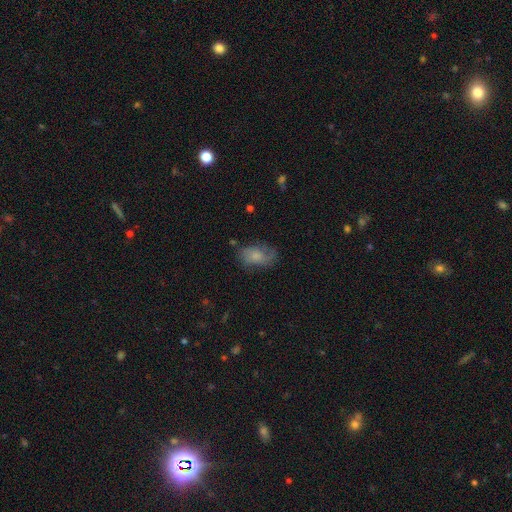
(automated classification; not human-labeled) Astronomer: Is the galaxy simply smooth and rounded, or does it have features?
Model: smooth — 56% (runner-up: featured or disk, 34%).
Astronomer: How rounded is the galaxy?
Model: in between — 87%.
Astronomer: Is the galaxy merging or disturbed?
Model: none — 53%.